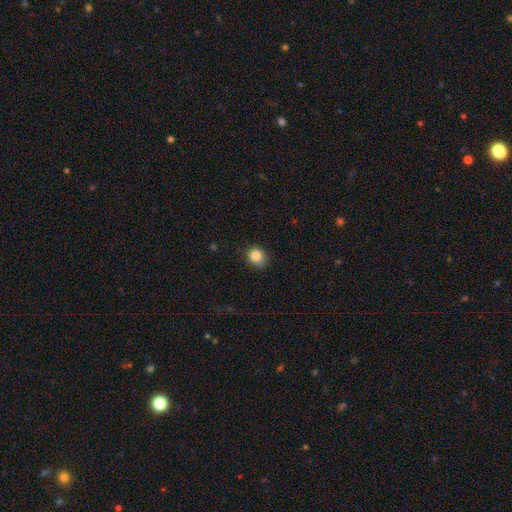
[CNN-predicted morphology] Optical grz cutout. It shows a smooth galaxy with no disk features (85%) that is round (65%). Merging: none (75%).